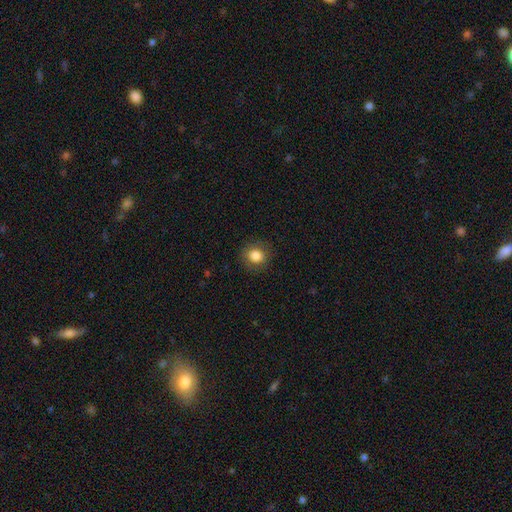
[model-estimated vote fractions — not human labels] Smooth or featured?
  - smooth: 84% *
  - star or artifact: 9%
  - featured or disk: 7%
How rounded?
  - round: 82% *
  - in between: 17%
  - cigar-shaped: 1%
Merging?
  - none: 87% *
  - minor disturbance: 9%
  - major disturbance: 3%
  - merger: 1%